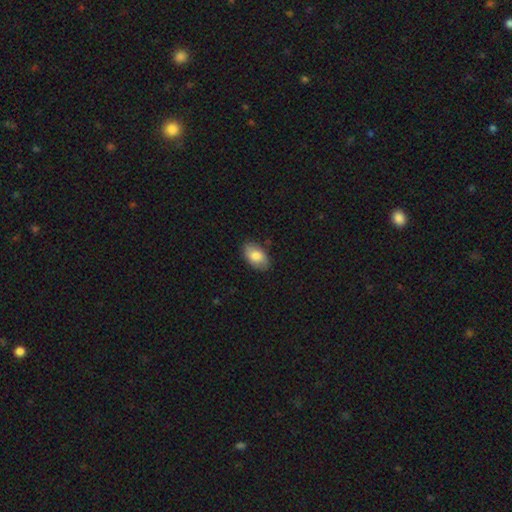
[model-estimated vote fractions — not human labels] smooth-or-featured: smooth: 82% | featured or disk: 12% | star or artifact: 6%
  how-rounded: in between: 92% | round: 6% | cigar-shaped: 1%
  merging: none: 85% | minor disturbance: 12% | major disturbance: 2% | merger: 1%